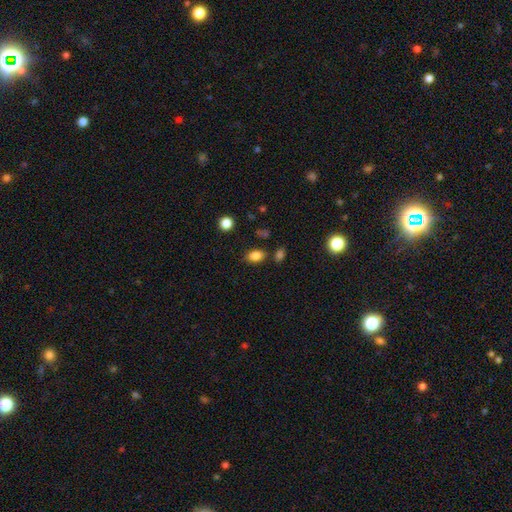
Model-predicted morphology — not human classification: smooth 84%, star or artifact 11%, featured or disk 5%. Down the decision tree: how rounded — in between (82%); merging — none (79%).